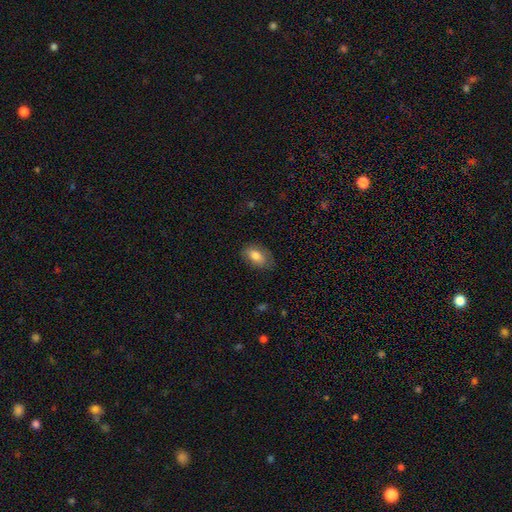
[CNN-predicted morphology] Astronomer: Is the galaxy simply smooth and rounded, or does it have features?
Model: smooth — 80%.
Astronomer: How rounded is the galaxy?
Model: in between — 91%.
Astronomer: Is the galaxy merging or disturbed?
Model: none — 76%.